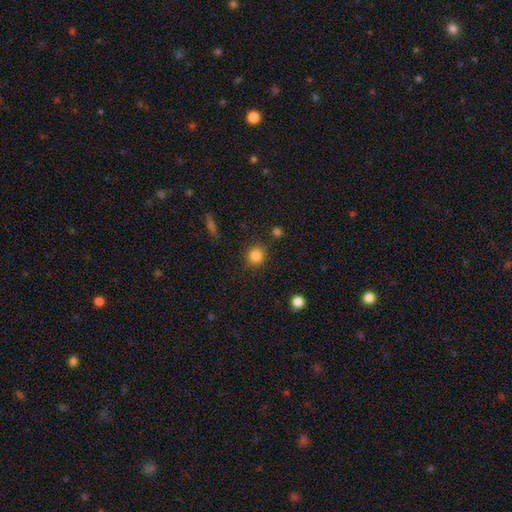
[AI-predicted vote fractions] The model was most divided on "smooth or featured": smooth: 85%, star or artifact: 11%, featured or disk: 4%. More confident: how rounded — round (89%); merging — none (86%).